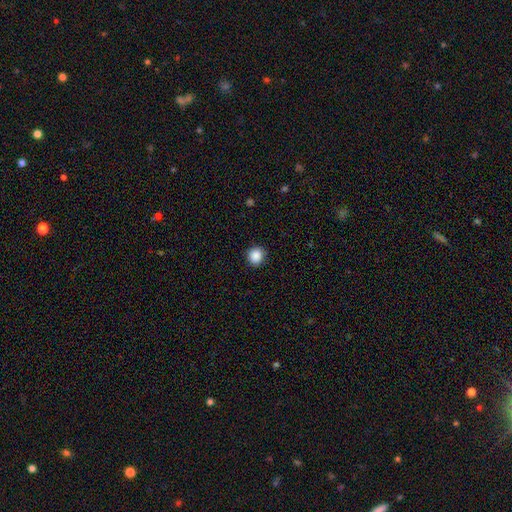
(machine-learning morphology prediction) Smooth or featured: smooth — 88% (star or artifact — 9%)
How rounded: round — 89% (in between — 10%)
Merging: none — 89% (minor disturbance — 8%)